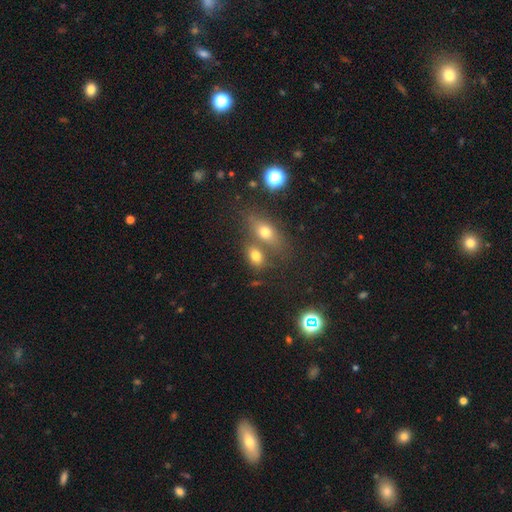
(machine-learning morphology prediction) smooth 71%, star or artifact 15%, featured or disk 14%. Down the decision tree: how rounded — in between (75%); merging — none (45%).